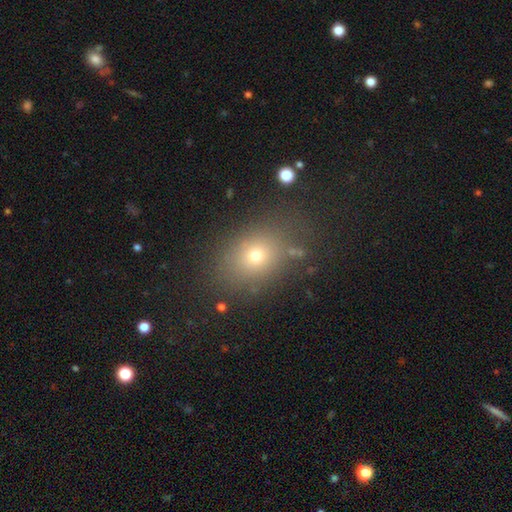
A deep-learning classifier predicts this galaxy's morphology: This is likely a smooth galaxy (69%). How rounded: possibly in between (58%). Merging: likely none (77%).